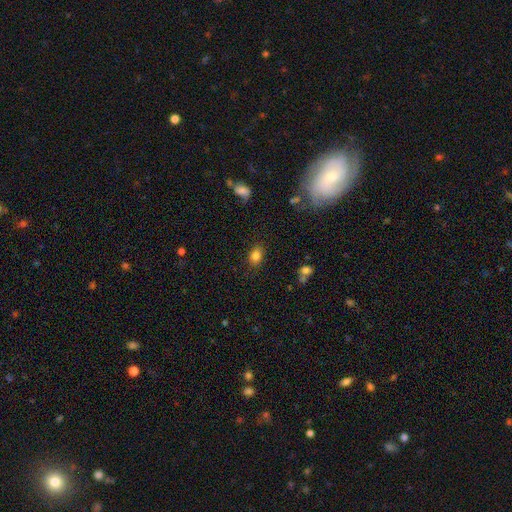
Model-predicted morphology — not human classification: A smooth galaxy with no disk features (84%) that is in between round and cigar-shaped (66%). Merging: none (84%).